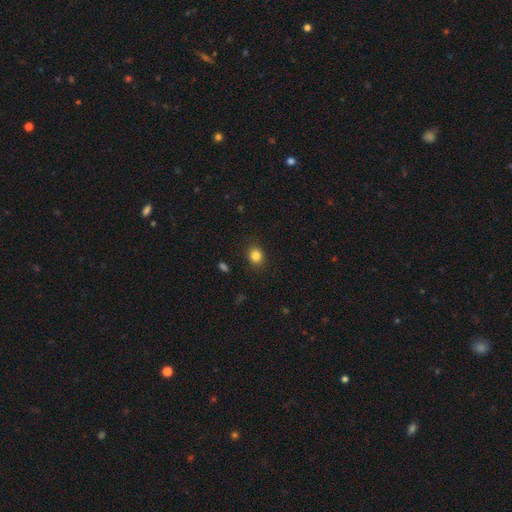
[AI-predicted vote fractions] A smooth galaxy with no disk features (84%) that is round (65%).

Vote fractions:
- Smooth or featured? smooth: 84% / star or artifact: 11% / featured or disk: 5%
- How rounded? round: 65% / in between: 34% / cigar-shaped: 1%
- Merging? none: 89% / minor disturbance: 8% / major disturbance: 2% / merger: 1%